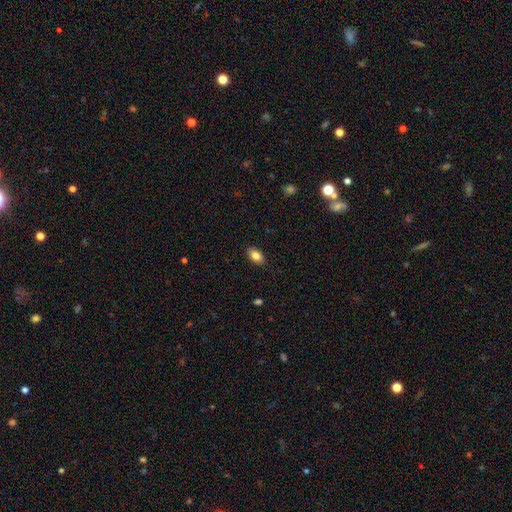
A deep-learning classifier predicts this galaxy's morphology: Q: Smooth or featured?
A: smooth (85%); runner-up: star or artifact (8%)
Q: How rounded?
A: in between (91%); runner-up: round (6%)
Q: Merging?
A: none (89%); runner-up: minor disturbance (8%)